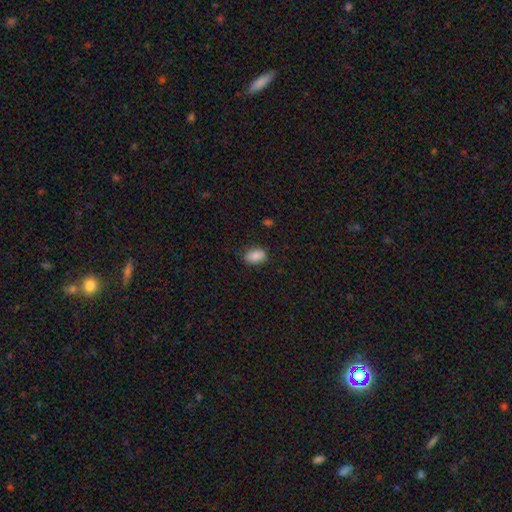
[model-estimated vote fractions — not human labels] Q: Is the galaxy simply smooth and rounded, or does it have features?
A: smooth — 87%.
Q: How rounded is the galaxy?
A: in between — 88%.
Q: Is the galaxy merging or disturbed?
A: none — 80%.